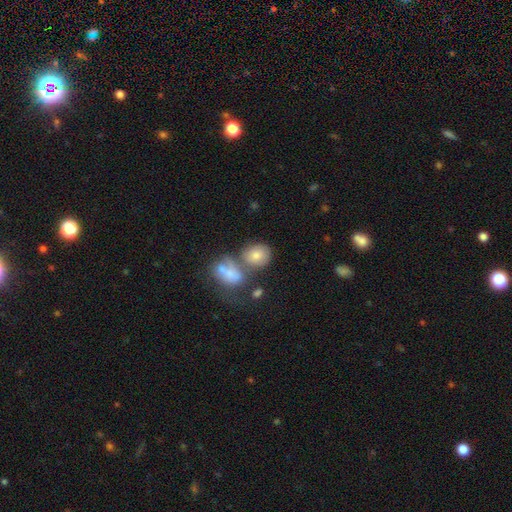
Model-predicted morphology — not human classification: The model was most divided on "merging": none: 42%, merger: 38%, minor disturbance: 13%, major disturbance: 7%. More confident: smooth or featured — smooth (69%); how rounded — round (56%).